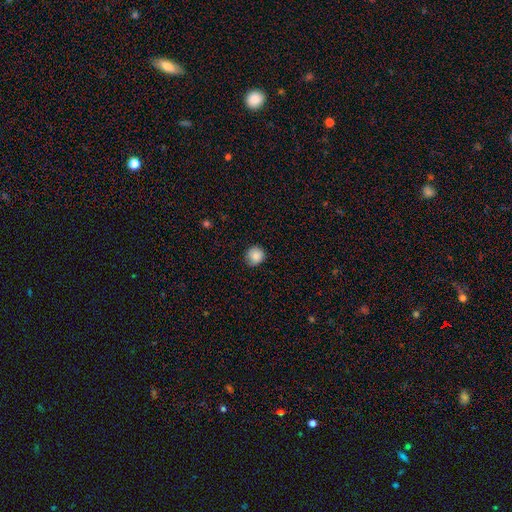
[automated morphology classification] smooth 87%, star or artifact 9%, featured or disk 4%. Down the decision tree: how rounded — round (89%); merging — none (80%).